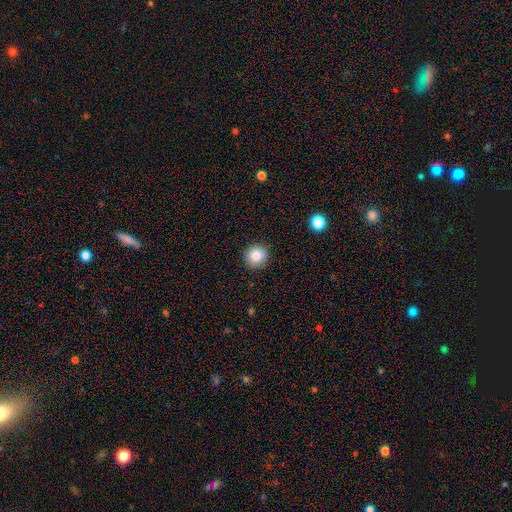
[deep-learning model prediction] Smooth or featured?
  - smooth: 84% *
  - star or artifact: 10%
  - featured or disk: 6%
How rounded?
  - round: 92% *
  - in between: 7%
  - cigar-shaped: 1%
Merging?
  - none: 90% *
  - minor disturbance: 7%
  - major disturbance: 2%
  - merger: 1%